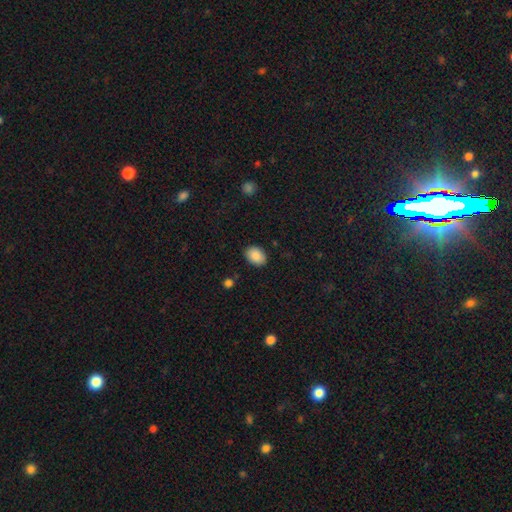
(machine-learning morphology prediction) smooth-or-featured: smooth: 89% | star or artifact: 7% | featured or disk: 4%
  how-rounded: in between: 75% | round: 24% | cigar-shaped: 1%
  merging: none: 87% | minor disturbance: 9% | major disturbance: 2% | merger: 1%